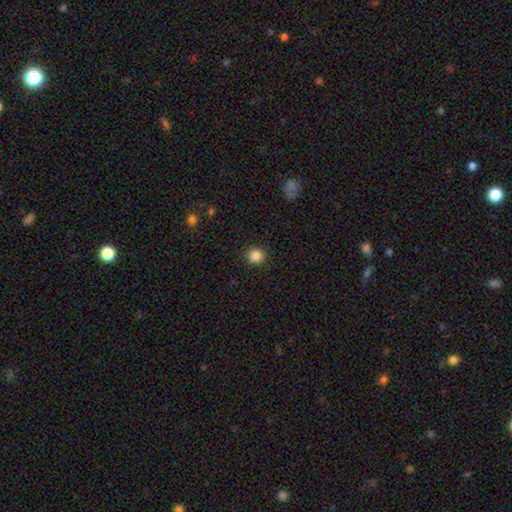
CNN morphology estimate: type=smooth (85%); roundness=round (93%); merging=none (91%).